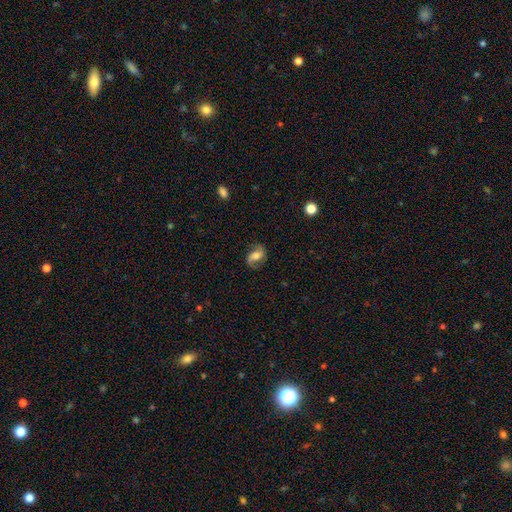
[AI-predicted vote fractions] The model was most divided on "bar": weak: 41%, no: 38%, strong: 21%. More confident: edge-on disk — no (96%); spiral arms — yes (89%); merging — none (74%); smooth or featured — featured or disk (58%); bulge size — moderate (51%).